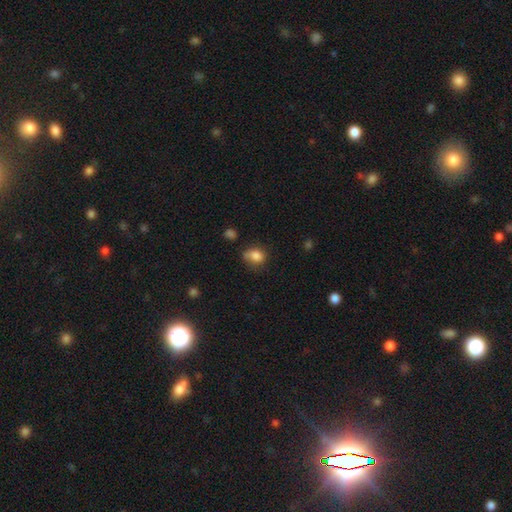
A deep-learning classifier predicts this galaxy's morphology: This appears to be a smooth galaxy with no disk features (81%) that is round (53%). Merging: none (49%).